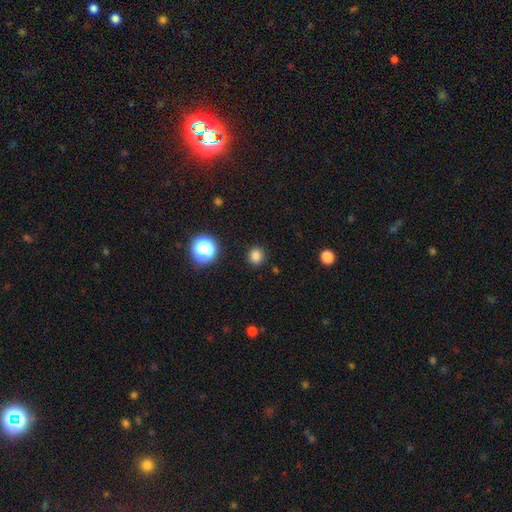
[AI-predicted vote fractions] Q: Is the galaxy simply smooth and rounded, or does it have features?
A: smooth — 81%.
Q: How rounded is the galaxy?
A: round — 88%.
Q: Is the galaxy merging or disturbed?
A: none — 90%.